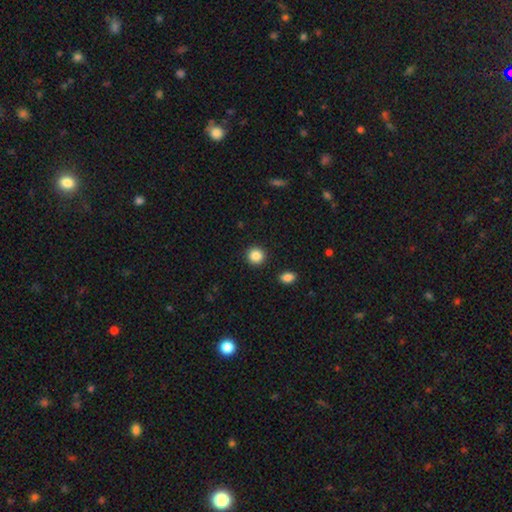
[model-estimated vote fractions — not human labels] Smooth or featured?
  - smooth: 87% *
  - star or artifact: 10%
  - featured or disk: 4%
How rounded?
  - round: 92% *
  - in between: 7%
  - cigar-shaped: 1%
Merging?
  - none: 92% *
  - minor disturbance: 5%
  - major disturbance: 2%
  - merger: 2%